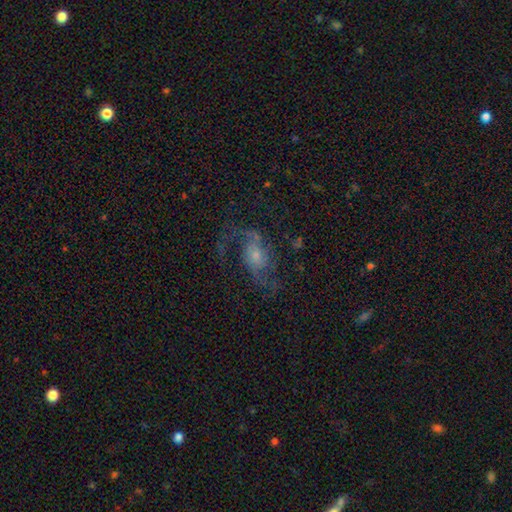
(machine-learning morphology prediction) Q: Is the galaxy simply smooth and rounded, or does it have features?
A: featured or disk — 78%.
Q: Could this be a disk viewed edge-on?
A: no — 96%.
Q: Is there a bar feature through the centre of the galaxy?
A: no — 63%.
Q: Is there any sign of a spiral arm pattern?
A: yes — 92%.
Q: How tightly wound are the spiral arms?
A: loose — 51%.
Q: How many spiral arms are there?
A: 2 — 83%.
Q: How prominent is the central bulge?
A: small — 52%.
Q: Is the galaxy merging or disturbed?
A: none — 58%.